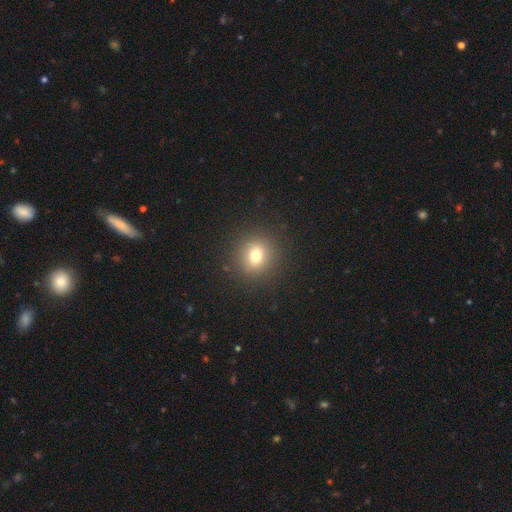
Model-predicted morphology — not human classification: A smooth galaxy with no disk features (75%) that is round (85%).

Vote fractions:
- Smooth or featured? smooth: 75% / star or artifact: 15% / featured or disk: 10%
- How rounded? round: 85% / in between: 14% / cigar-shaped: 1%
- Merging? none: 89% / minor disturbance: 7% / major disturbance: 3% / merger: 1%